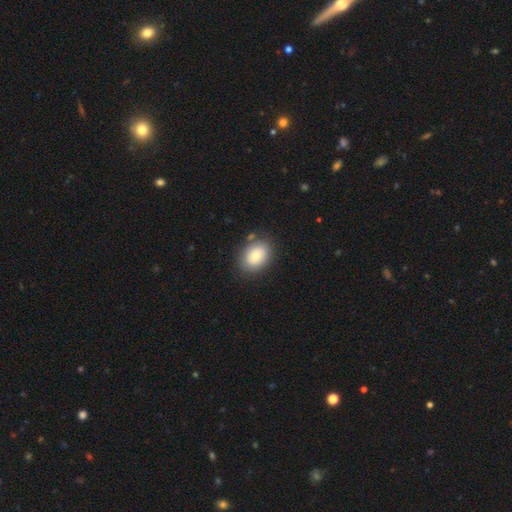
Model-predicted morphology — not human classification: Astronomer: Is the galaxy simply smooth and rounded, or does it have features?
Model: smooth — 77%.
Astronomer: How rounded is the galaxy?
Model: in between — 68%.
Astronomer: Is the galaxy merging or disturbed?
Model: none — 82%.